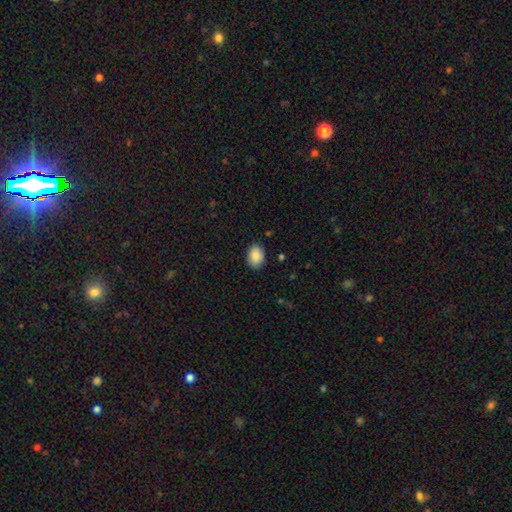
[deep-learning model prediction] A smooth galaxy with no disk features (88%) that is in between round and cigar-shaped (76%). Merging: none (87%).